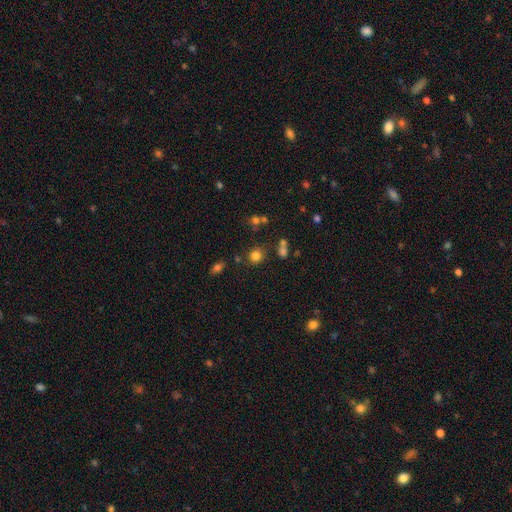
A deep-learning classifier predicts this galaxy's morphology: Smooth or featured: smooth — 79% (star or artifact — 15%)
How rounded: round — 83% (in between — 16%)
Merging: none — 76% (minor disturbance — 11%)